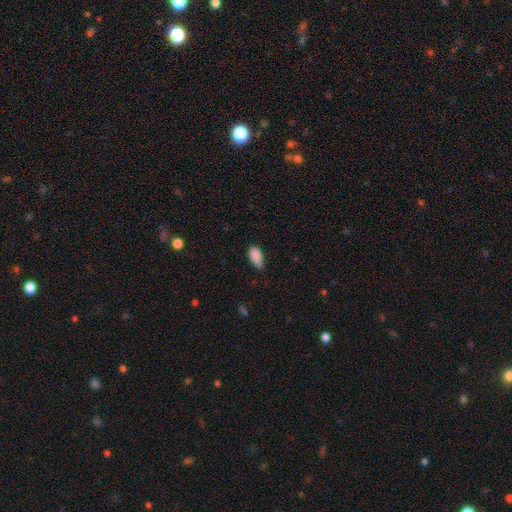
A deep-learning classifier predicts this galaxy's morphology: type=smooth (88%); roundness=in between (92%); merging=none (57%).